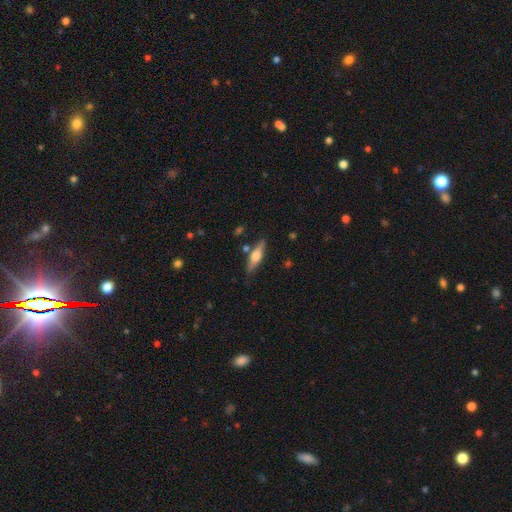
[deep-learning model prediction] Smooth or featured: featured or disk — 49% (smooth — 45%)
Merging: none — 81% (minor disturbance — 12%)